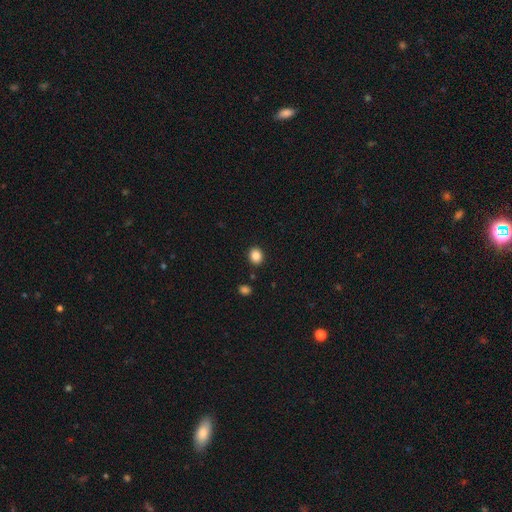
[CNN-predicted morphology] Smooth or featured? Predicted: smooth (p=0.86). How rounded? Predicted: round (p=0.64). Merging? Predicted: none (p=0.89).